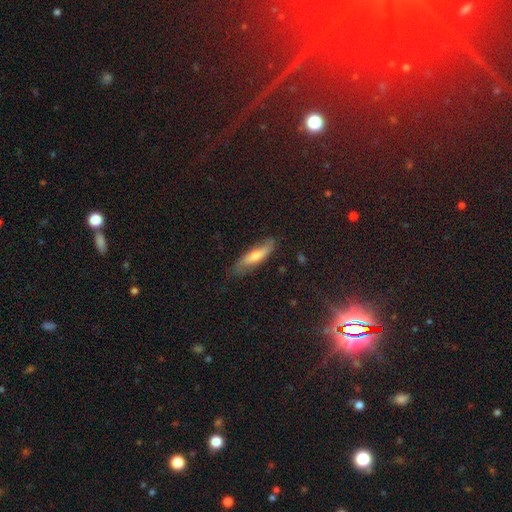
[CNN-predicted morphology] Smooth or featured? Predicted: smooth (p=0.52). How rounded? Predicted: cigar-shaped (p=0.68). Merging? Predicted: none (p=0.75).